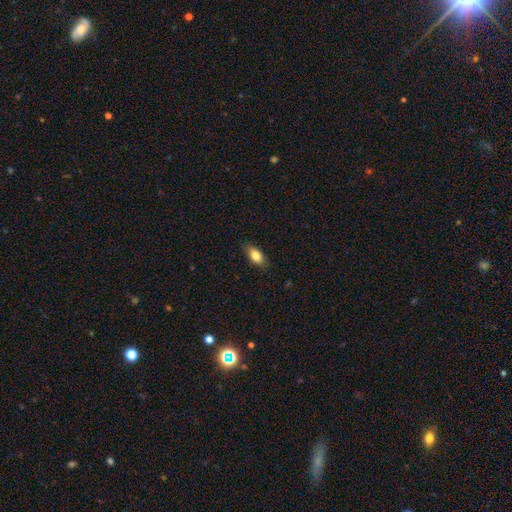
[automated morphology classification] type=smooth (81%); roundness=in between (86%); merging=none (83%).